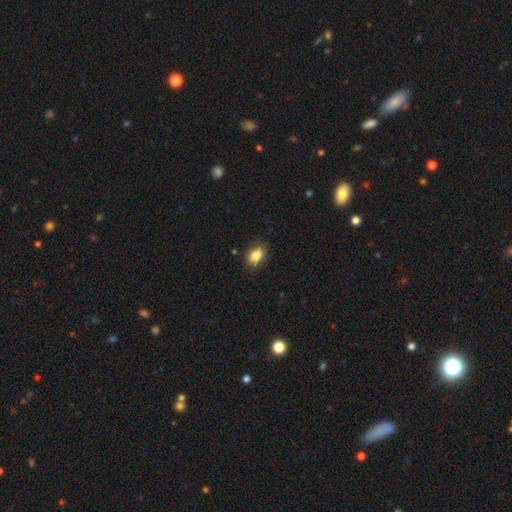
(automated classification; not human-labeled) Smooth or featured?
  - smooth: 86% *
  - star or artifact: 8%
  - featured or disk: 6%
How rounded?
  - in between: 84% *
  - round: 14%
  - cigar-shaped: 1%
Merging?
  - none: 85% *
  - minor disturbance: 11%
  - major disturbance: 3%
  - merger: 1%